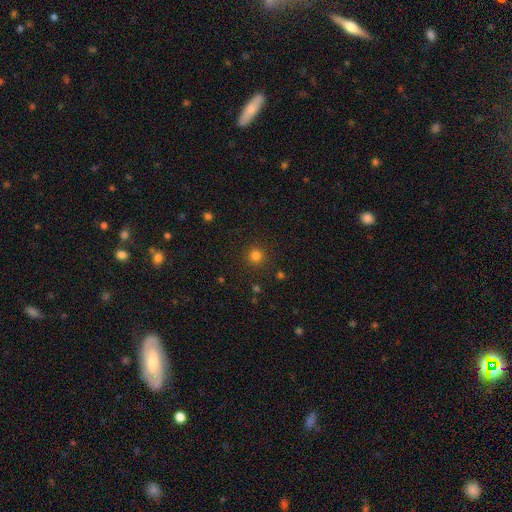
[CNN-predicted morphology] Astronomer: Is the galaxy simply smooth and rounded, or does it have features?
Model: smooth — 81%.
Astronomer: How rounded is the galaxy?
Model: round — 95%.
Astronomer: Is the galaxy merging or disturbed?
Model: none — 90%.